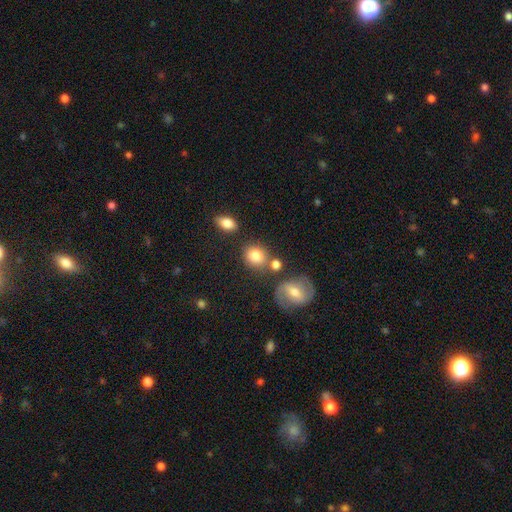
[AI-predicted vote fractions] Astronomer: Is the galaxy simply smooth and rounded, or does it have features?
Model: smooth — 80%.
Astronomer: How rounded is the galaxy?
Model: round — 70%.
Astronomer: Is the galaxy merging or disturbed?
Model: none — 67%.